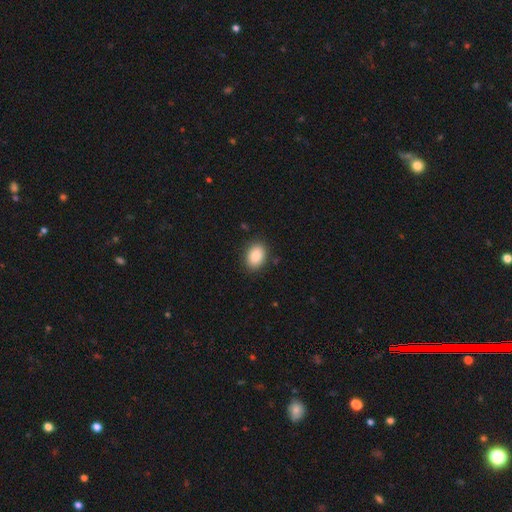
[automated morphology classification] Smooth or featured: smooth — 89% (star or artifact — 7%)
How rounded: in between — 77% (round — 22%)
Merging: none — 87% (minor disturbance — 9%)